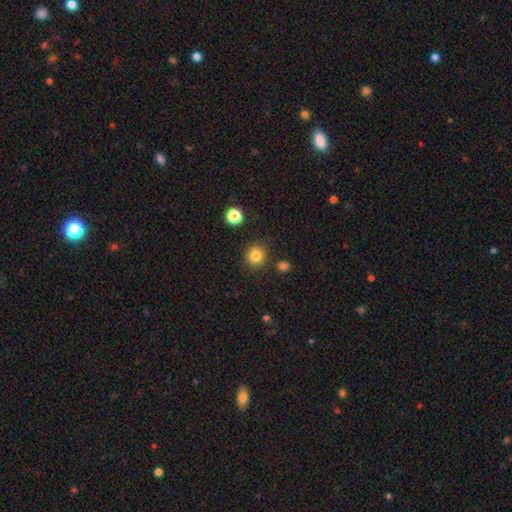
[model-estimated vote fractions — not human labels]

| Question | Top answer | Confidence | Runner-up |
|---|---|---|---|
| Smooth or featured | smooth | 84% | star or artifact (11%) |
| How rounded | round | 92% | in between (7%) |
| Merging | none | 88% | minor disturbance (7%) |